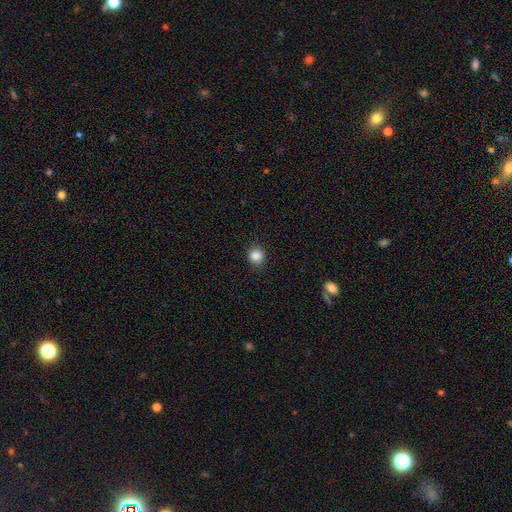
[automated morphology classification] type=smooth (86%); roundness=round (83%); merging=none (87%).